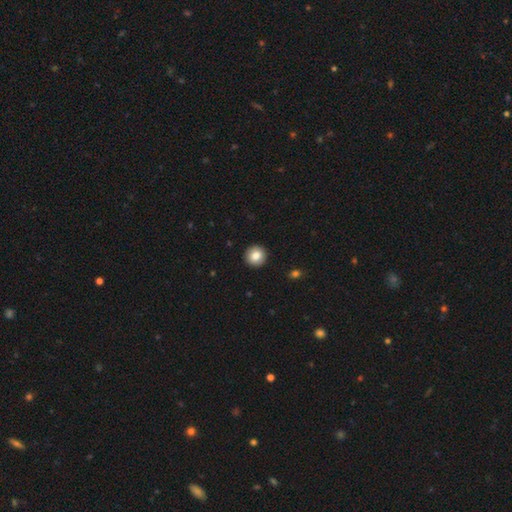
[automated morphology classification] A smooth galaxy with no disk features (85%) that is round (95%).

Vote fractions:
- Smooth or featured? smooth: 85% / star or artifact: 8% / featured or disk: 7%
- How rounded? round: 95% / in between: 4% / cigar-shaped: 1%
- Merging? none: 93% / minor disturbance: 4% / major disturbance: 1% / merger: 1%